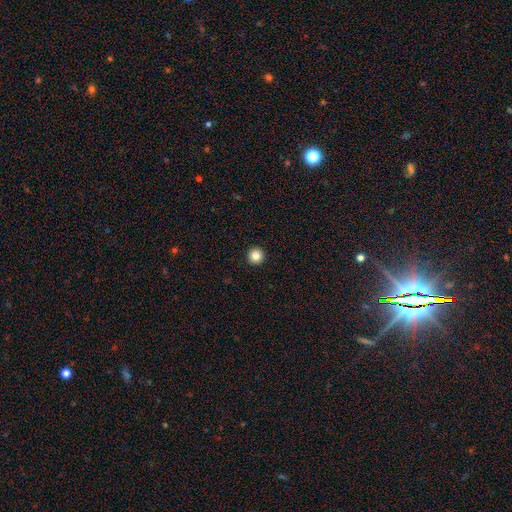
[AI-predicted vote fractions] Smooth or featured? Predicted: smooth (p=0.84). How rounded? Predicted: round (p=0.96). Merging? Predicted: none (p=0.94).